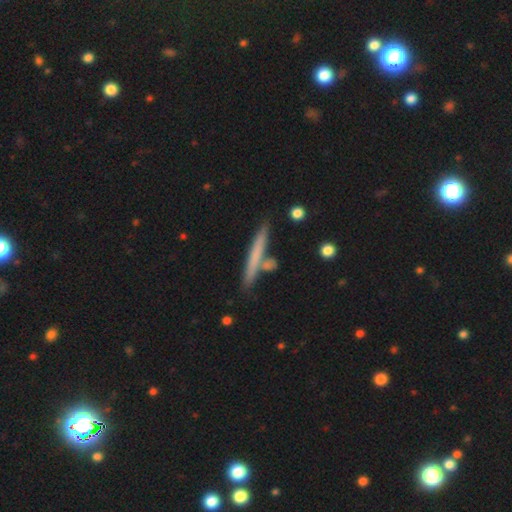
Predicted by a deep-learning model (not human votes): The model was most divided on "smooth or featured": smooth: 59%, featured or disk: 34%, star or artifact: 6%. More confident: how rounded — cigar-shaped (96%); merging — none (80%).